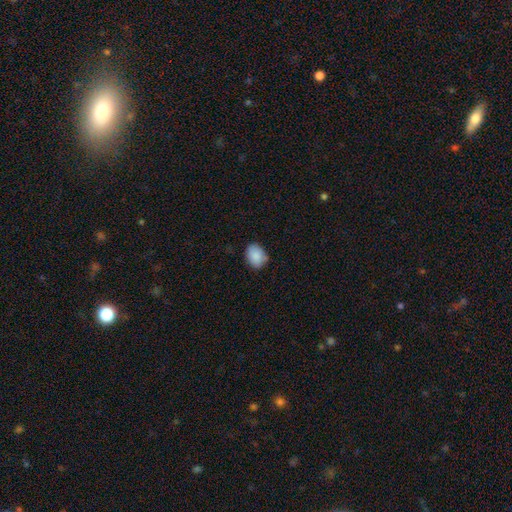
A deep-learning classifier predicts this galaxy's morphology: smooth-or-featured: smooth: 88% | star or artifact: 7% | featured or disk: 5%
  how-rounded: in between: 71% | round: 28% | cigar-shaped: 1%
  merging: none: 78% | minor disturbance: 18% | major disturbance: 3% | merger: 1%